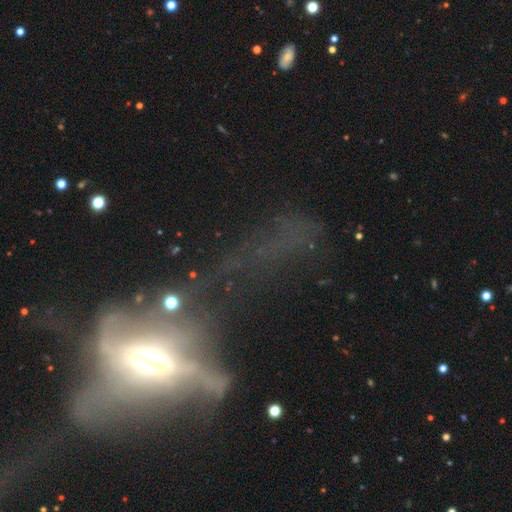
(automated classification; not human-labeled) The model was most divided on "merging": major disturbance: 53%, none: 20%, merger: 16%, minor disturbance: 11%. More confident: edge-on disk — no (70%); smooth or featured — featured or disk (56%).